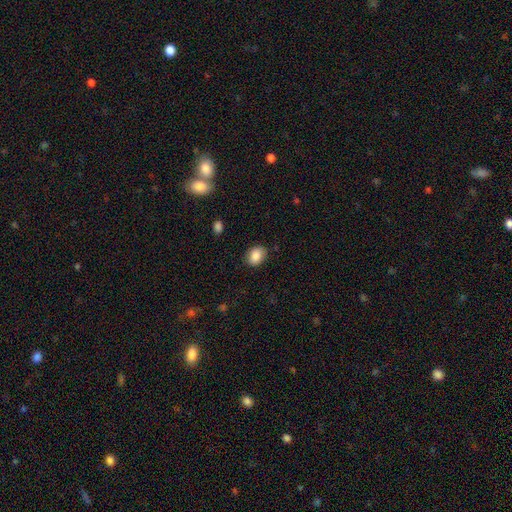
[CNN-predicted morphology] Overall: smooth (87%). How rounded: in between (66%; round 33%). Merging: none (84%).